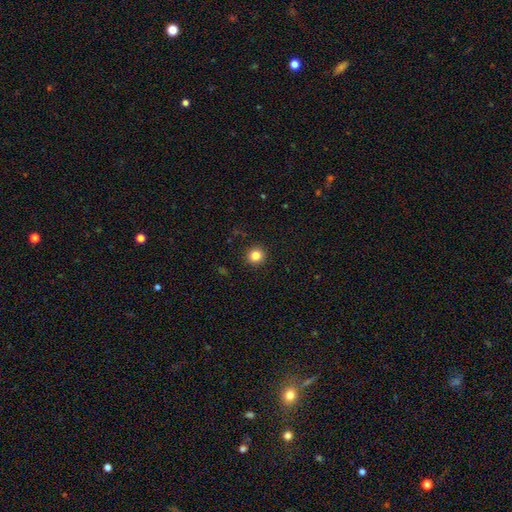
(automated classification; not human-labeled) smooth 84%, star or artifact 11%, featured or disk 5%. Down the decision tree: how rounded — round (93%); merging — none (92%).